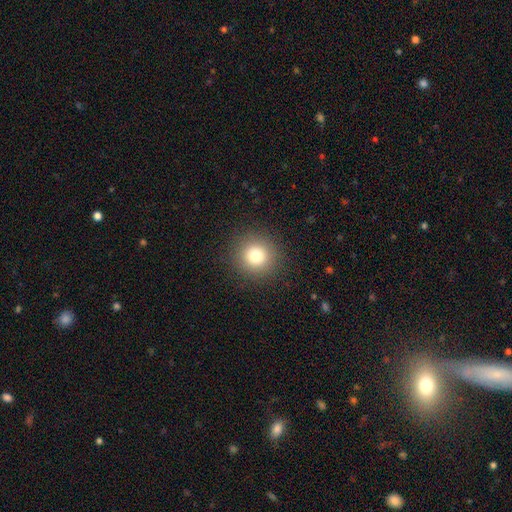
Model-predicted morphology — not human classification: Smooth or featured? smooth (79%)
How rounded? round (94%)
Merging? none (91%)